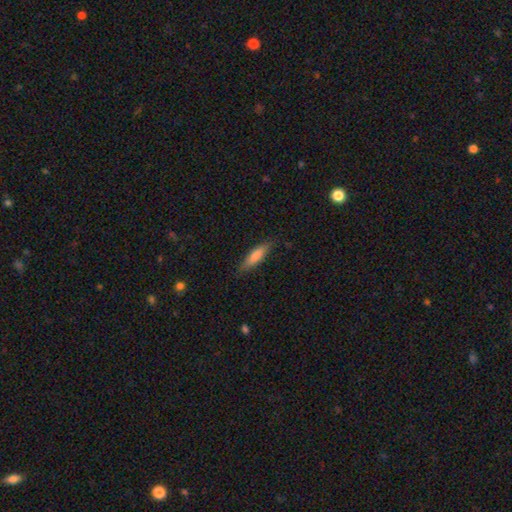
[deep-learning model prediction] Smooth or featured? smooth (64%)
How rounded? cigar-shaped (79%)
Merging? none (86%)